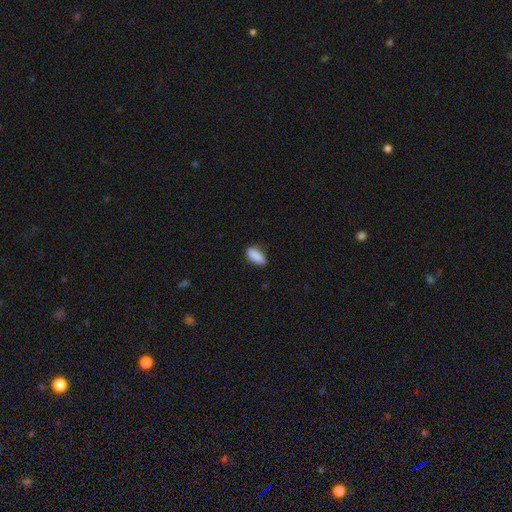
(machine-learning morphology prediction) A smooth galaxy with no disk features (89%) that is in between round and cigar-shaped (86%). Merging: none (80%).